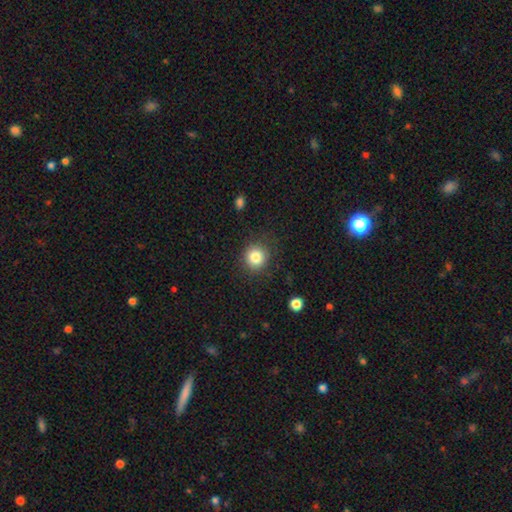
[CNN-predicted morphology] This is clearly a smooth galaxy (82%). How rounded: clearly round (91%). Merging: clearly none (90%).